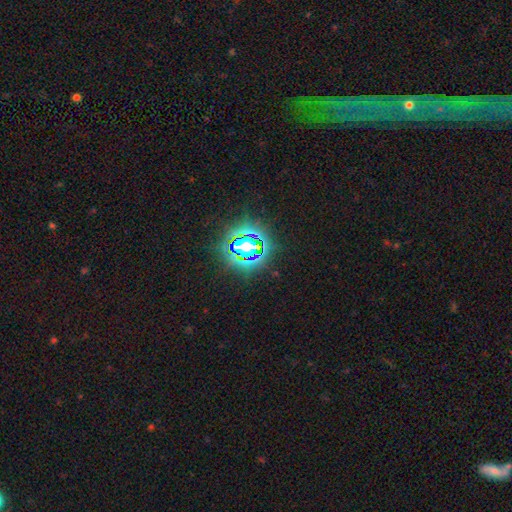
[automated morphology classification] Q: Smooth or featured?
A: star or artifact (73%); runner-up: smooth (16%)